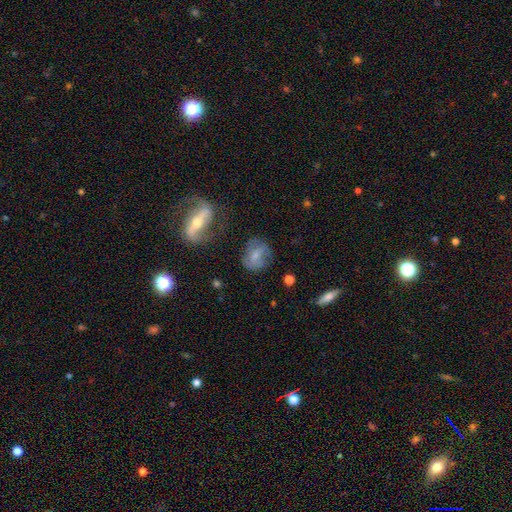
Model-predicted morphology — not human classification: Smooth or featured?
  - smooth: 49% *
  - featured or disk: 41%
  - star or artifact: 10%
Merging?
  - none: 59% *
  - minor disturbance: 23%
  - major disturbance: 14%
  - merger: 4%